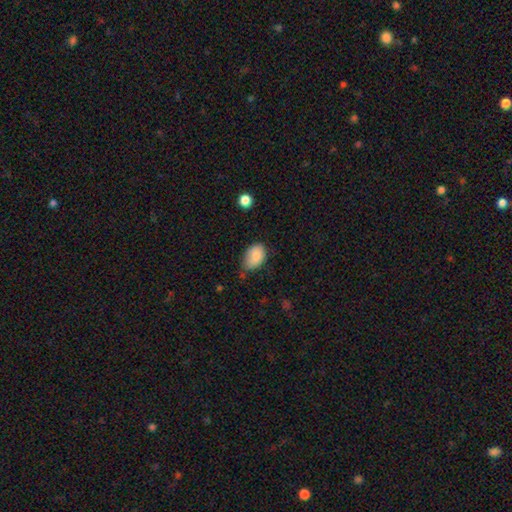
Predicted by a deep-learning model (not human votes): This is clearly a smooth galaxy (84%). How rounded: clearly in between (85%). Merging: possibly none (50%).